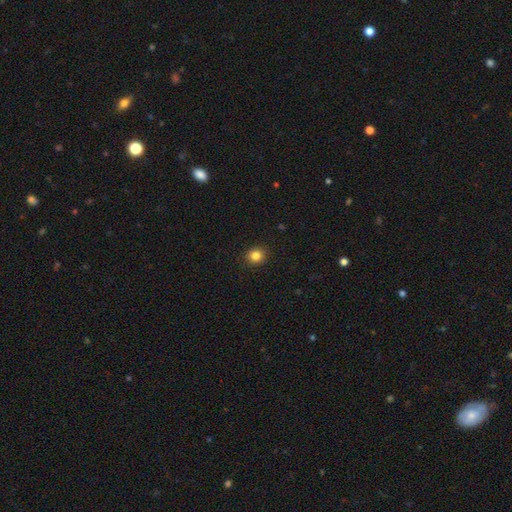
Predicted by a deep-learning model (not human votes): Smooth or featured? Predicted: smooth (p=0.84). How rounded? Predicted: round (p=0.85). Merging? Predicted: none (p=0.92).